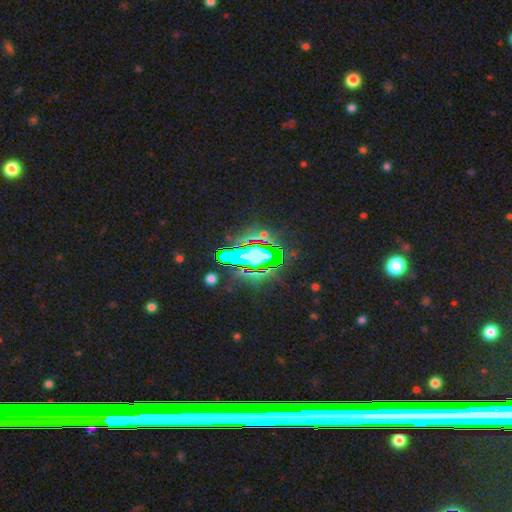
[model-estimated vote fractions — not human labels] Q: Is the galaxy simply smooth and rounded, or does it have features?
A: star or artifact — 62%.